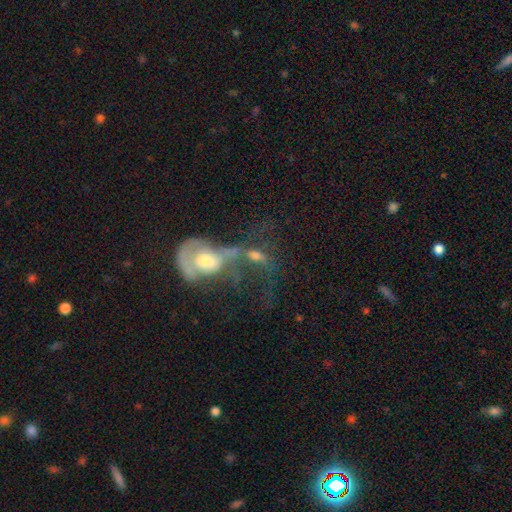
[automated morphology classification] smooth_or_featured: featured or disk (p=0.53) [alt: smooth p=0.35]
disk_edge_on: no (p=0.93) [alt: yes p=0.07]
merging: merger (p=0.60) [alt: major disturbance p=0.20]